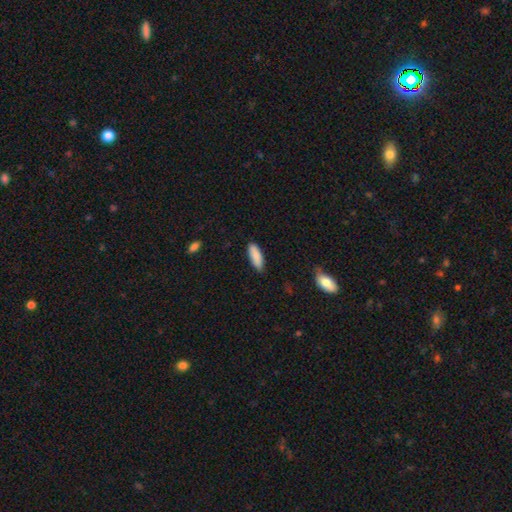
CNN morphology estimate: type=smooth (89%); roundness=in between (62%); merging=none (84%).